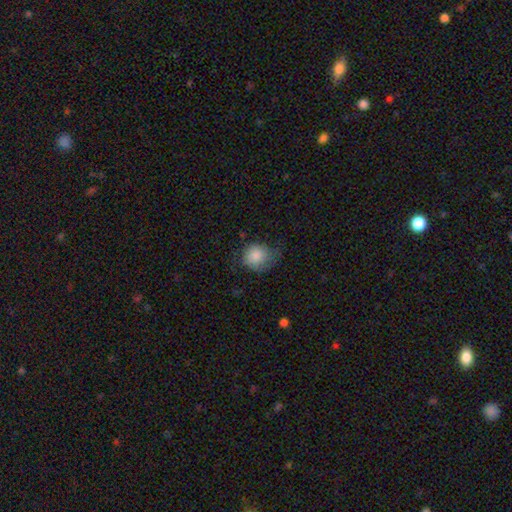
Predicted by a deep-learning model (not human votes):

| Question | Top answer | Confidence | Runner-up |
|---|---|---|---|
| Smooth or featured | smooth | 84% | star or artifact (8%) |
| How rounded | round | 75% | in between (24%) |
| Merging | none | 50% | minor disturbance (35%) |